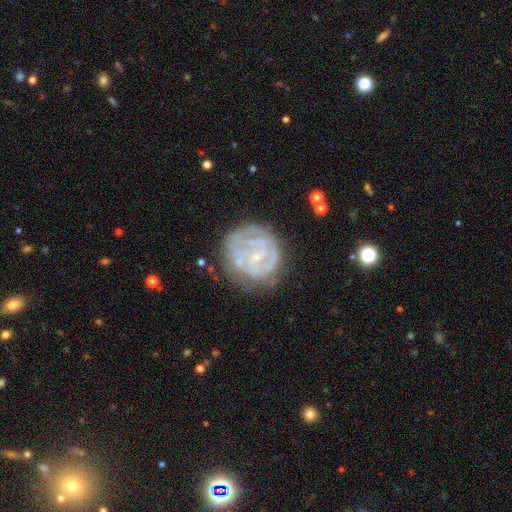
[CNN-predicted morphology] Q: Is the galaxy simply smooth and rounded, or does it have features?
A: featured or disk — 74%.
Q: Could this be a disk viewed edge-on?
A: no — 98%.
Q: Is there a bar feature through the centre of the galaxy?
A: no — 57%.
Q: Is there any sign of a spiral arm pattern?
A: yes — 77%.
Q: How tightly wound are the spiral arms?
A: tight — 63%.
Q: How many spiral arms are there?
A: can't tell — 43%.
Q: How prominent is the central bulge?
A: small — 72%.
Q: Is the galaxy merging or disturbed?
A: none — 66%.